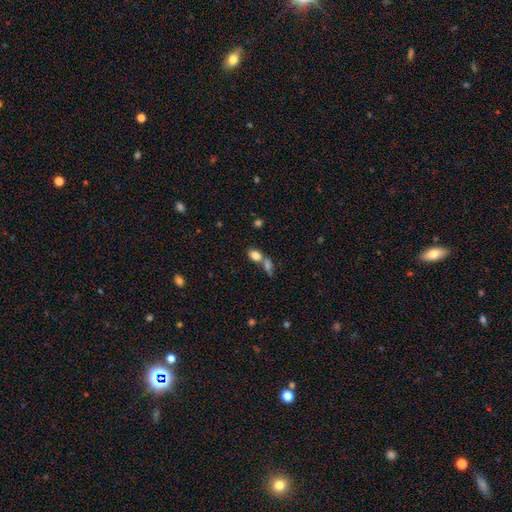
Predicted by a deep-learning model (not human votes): smooth-or-featured: smooth: 82% | star or artifact: 9% | featured or disk: 9%
  how-rounded: in between: 85% | round: 12% | cigar-shaped: 3%
  merging: merger: 53% | none: 34% | minor disturbance: 9% | major disturbance: 4%